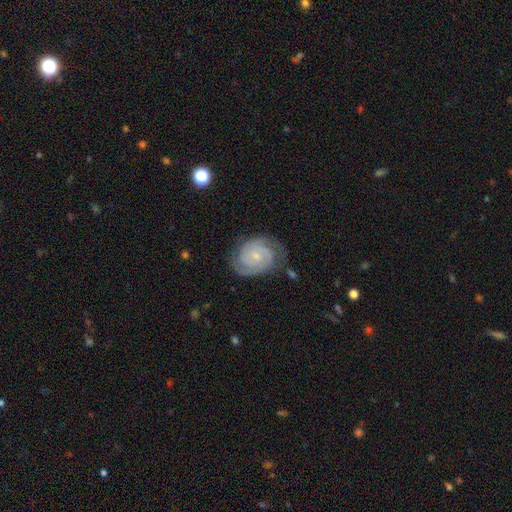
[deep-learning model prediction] Smooth or featured: featured or disk — 86% (smooth — 9%)
Edge-on disk: no — 98% (yes — 2%)
Bar: no — 66% (weak — 29%)
Spiral arms: yes — 97% (no — 3%)
Spiral winding: tight — 65% (medium — 30%)
Spiral arm count: 2 — 72% (3 — 11%)
Bulge size: small — 73% (moderate — 21%)
Merging: none — 75% (minor disturbance — 17%)